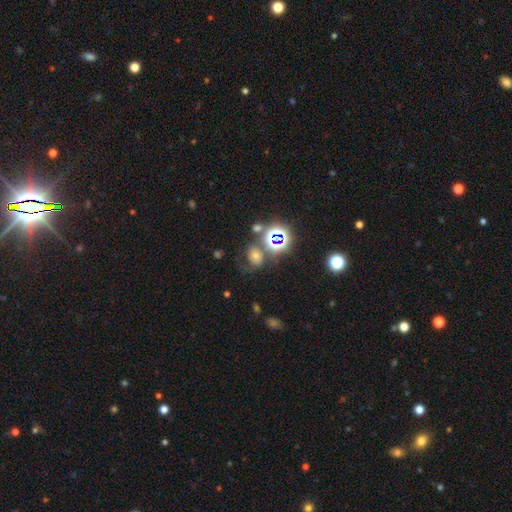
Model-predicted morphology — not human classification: smooth-or-featured: smooth: 47% | star or artifact: 34% | featured or disk: 19%
  merging: none: 53% | minor disturbance: 19% | major disturbance: 14% | merger: 14%